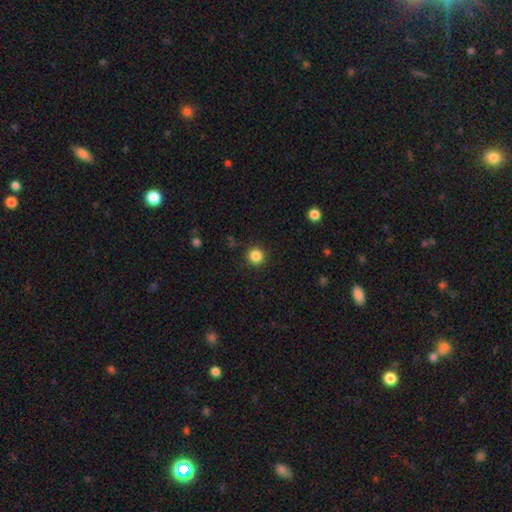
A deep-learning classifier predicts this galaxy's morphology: A smooth galaxy with no disk features (85%) that is round (94%). Merging: none (91%).